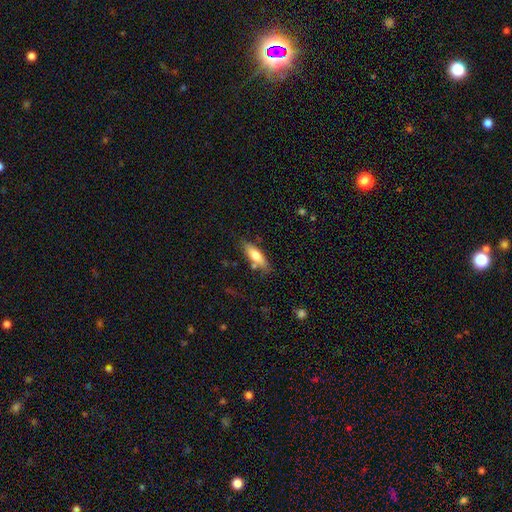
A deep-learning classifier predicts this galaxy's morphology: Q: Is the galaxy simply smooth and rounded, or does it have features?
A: smooth — 70%.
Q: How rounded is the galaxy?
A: cigar-shaped — 52%.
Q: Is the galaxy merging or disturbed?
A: none — 75%.